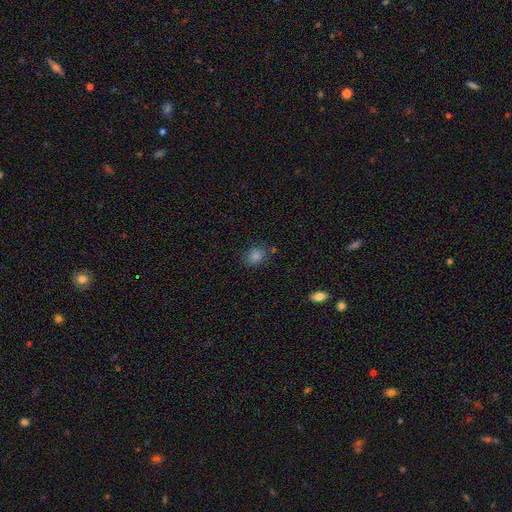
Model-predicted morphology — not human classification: Smooth or featured: smooth — 79% (star or artifact — 14%)
How rounded: round — 56% (in between — 43%)
Merging: none — 77% (minor disturbance — 15%)